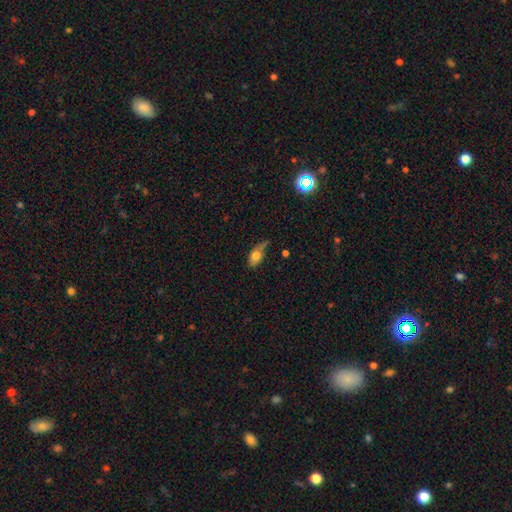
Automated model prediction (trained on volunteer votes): Smooth or featured?
  - smooth: 70% *
  - featured or disk: 23%
  - star or artifact: 8%
How rounded?
  - in between: 84% *
  - round: 9%
  - cigar-shaped: 7%
Merging?
  - minor disturbance: 40% *
  - none: 38%
  - major disturbance: 18%
  - merger: 5%